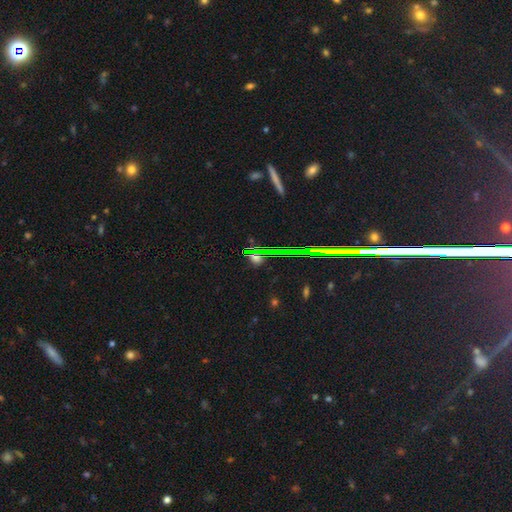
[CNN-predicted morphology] type=star or artifact (68%).